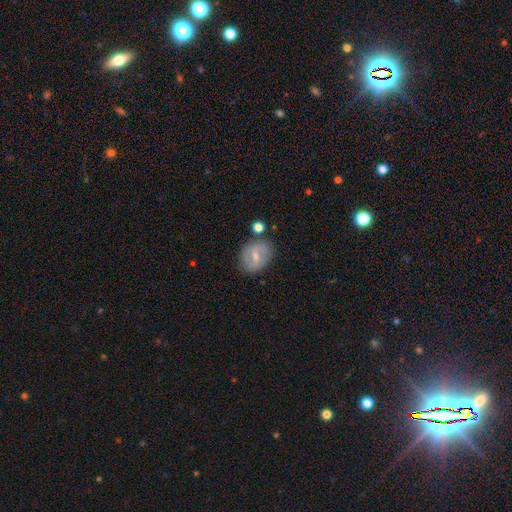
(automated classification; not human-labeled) This appears to be a featured or disk galaxy (48%). Merging: none (75%).